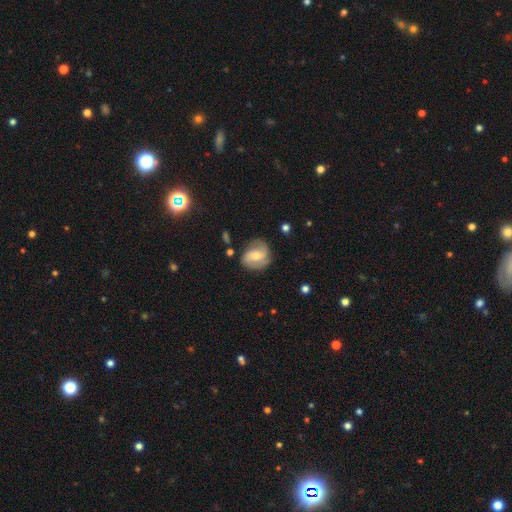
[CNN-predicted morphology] Overall: featured or disk (66%; smooth 27%). Edge-on disk: no (97%). Bar: no (43%; weak 41%). Spiral arms: yes (88%). Spiral arm count: 2 (72%). Spiral winding: medium (42%; tight 30%). Bulge size: moderate (51%; small 44%). Merging: none (73%).